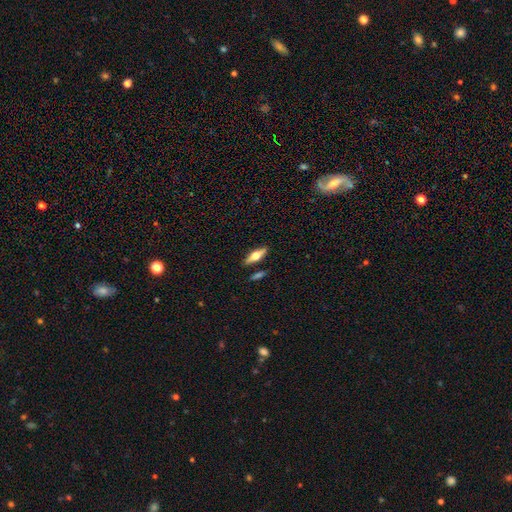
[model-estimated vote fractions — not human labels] Smooth or featured? featured or disk (47%, tied with smooth)
Merging? none (86%)